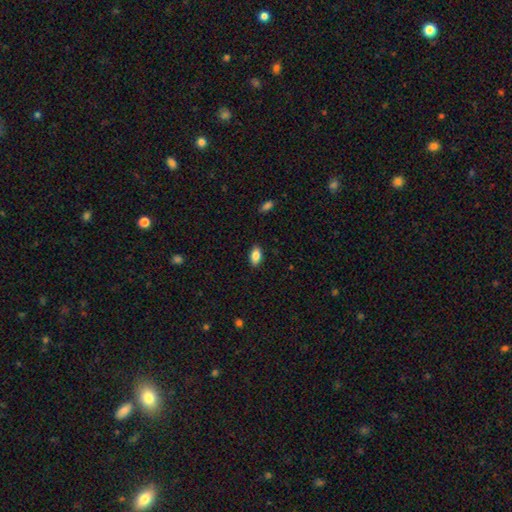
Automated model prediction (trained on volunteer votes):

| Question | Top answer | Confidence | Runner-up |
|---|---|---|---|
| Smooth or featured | smooth | 83% | featured or disk (9%) |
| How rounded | in between | 91% | round (5%) |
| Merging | none | 88% | minor disturbance (9%) |